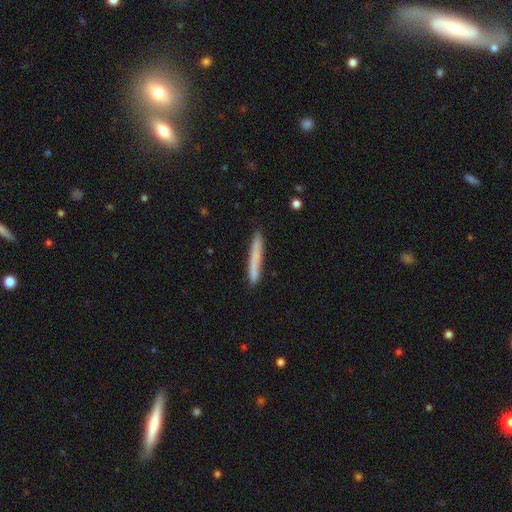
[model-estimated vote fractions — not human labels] The model was most divided on "smooth or featured": smooth: 73%, featured or disk: 21%, star or artifact: 6%. More confident: how rounded — cigar-shaped (97%); merging — none (87%).